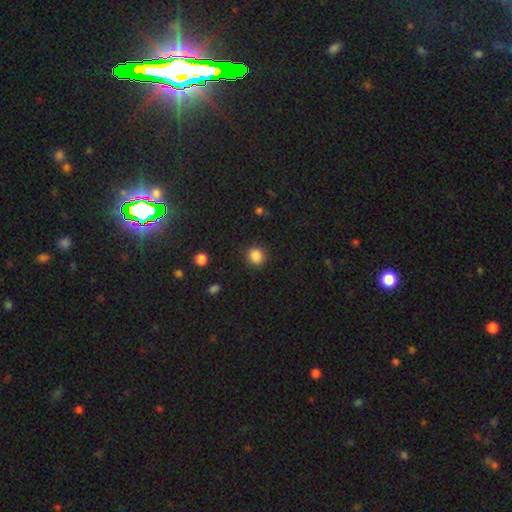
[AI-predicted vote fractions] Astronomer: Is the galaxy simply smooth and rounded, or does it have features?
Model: smooth — 87%.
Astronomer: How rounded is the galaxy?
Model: round — 86%.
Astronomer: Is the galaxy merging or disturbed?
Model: none — 88%.